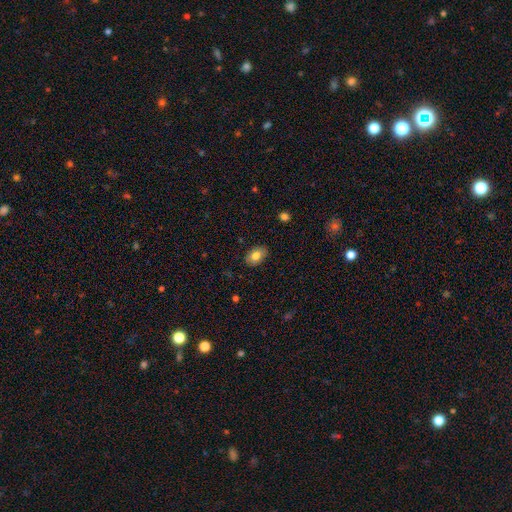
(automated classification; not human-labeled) The model was most divided on "smooth or featured": smooth: 80%, featured or disk: 12%, star or artifact: 8%. More confident: merging — none (86%); how rounded — in between (84%).